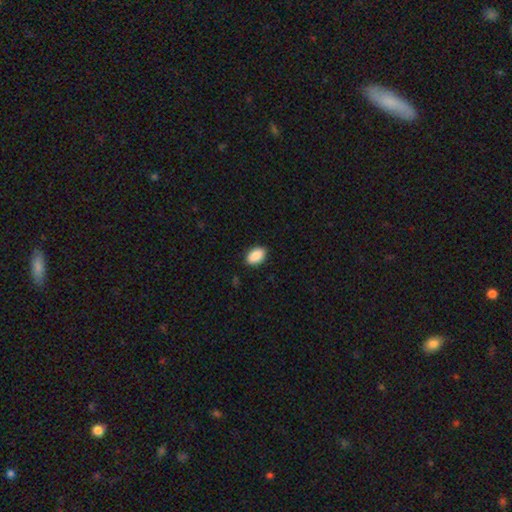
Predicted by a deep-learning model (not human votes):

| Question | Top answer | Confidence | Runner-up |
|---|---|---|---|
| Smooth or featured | smooth | 90% | star or artifact (7%) |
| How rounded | in between | 91% | round (7%) |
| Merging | none | 89% | minor disturbance (8%) |